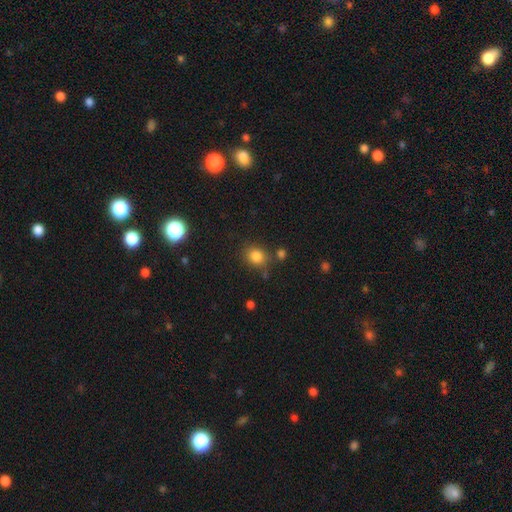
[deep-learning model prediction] A smooth galaxy with no disk features (82%) that is round (64%). Merging: none (74%).